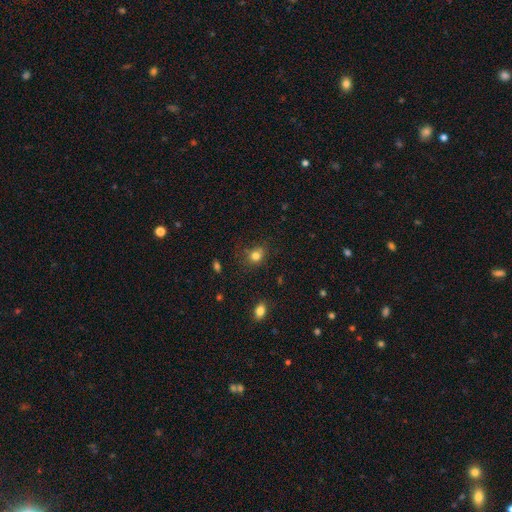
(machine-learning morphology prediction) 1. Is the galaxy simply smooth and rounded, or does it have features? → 79% smooth, 13% star or artifact, 7% featured or disk.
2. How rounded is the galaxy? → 64% round, 35% in between, 1% cigar-shaped.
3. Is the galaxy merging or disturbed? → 68% none, 21% minor disturbance, 7% major disturbance, 4% merger.